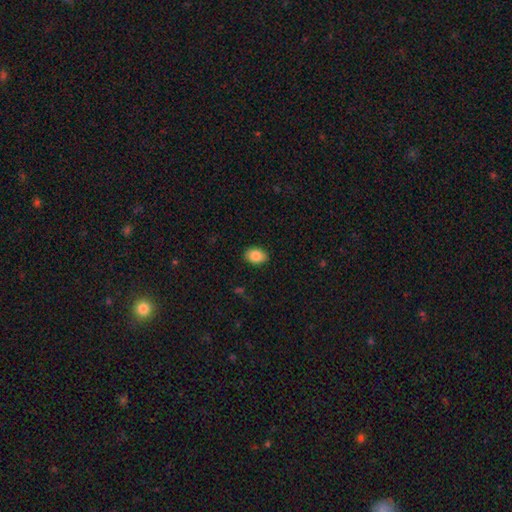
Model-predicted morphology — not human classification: The model was most divided on "how rounded": in between: 76%, round: 23%, cigar-shaped: 1%. More confident: merging — none (88%); smooth or featured — smooth (88%).